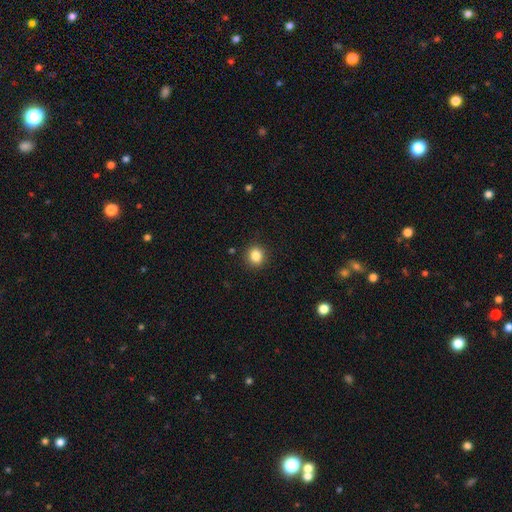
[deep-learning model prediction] smooth_or_featured: smooth (p=0.85) [alt: star or artifact p=0.11]
how_rounded: round (p=0.86) [alt: in between p=0.13]
merging: none (p=0.91) [alt: minor disturbance p=0.06]